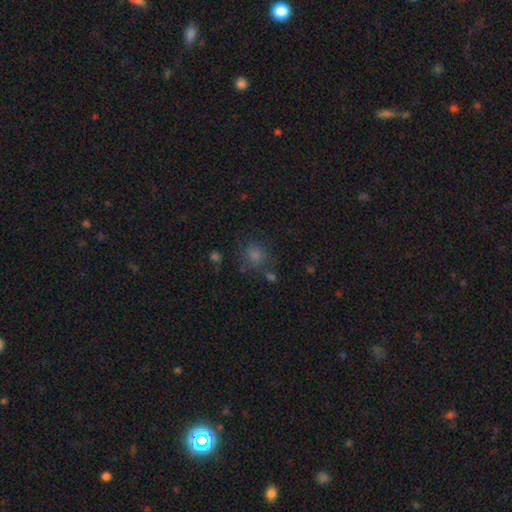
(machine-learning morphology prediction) Overall: smooth (63%; star or artifact 27%). How rounded: round (84%). Merging: none (71%).